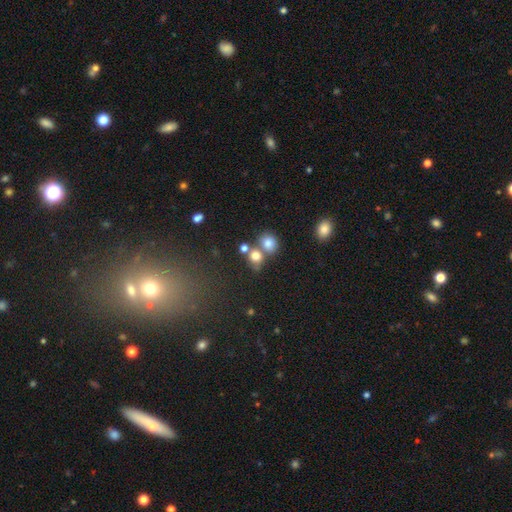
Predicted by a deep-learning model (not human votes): Smooth or featured? Predicted: smooth (p=0.76). How rounded? Predicted: round (p=0.72). Merging? Predicted: none (p=0.45).